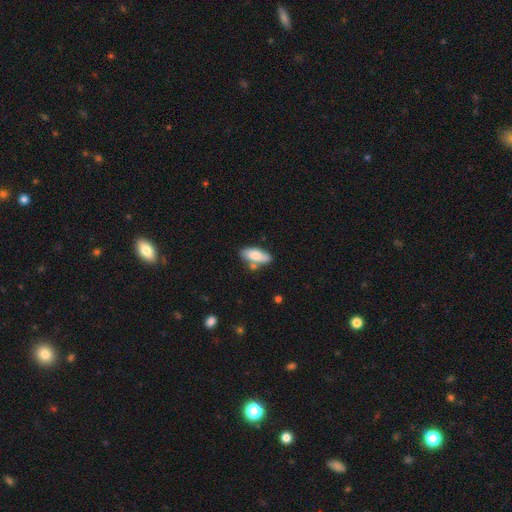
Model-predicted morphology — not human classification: Overall: smooth (77%). How rounded: in between (83%). Merging: none (64%).